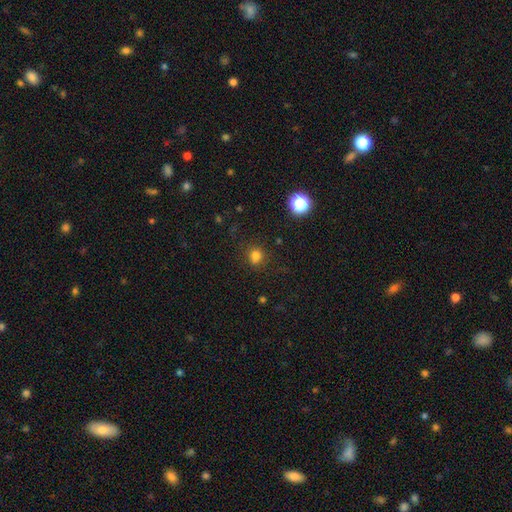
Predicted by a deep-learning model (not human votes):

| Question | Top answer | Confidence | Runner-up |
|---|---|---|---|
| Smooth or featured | smooth | 76% | star or artifact (18%) |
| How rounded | round | 79% | in between (20%) |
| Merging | none | 79% | minor disturbance (13%) |